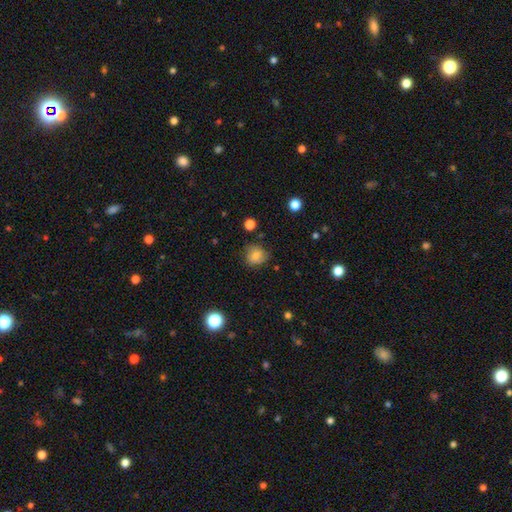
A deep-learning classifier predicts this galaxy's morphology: This is likely a smooth galaxy (74%). How rounded: clearly round (80%). Merging: likely none (74%).